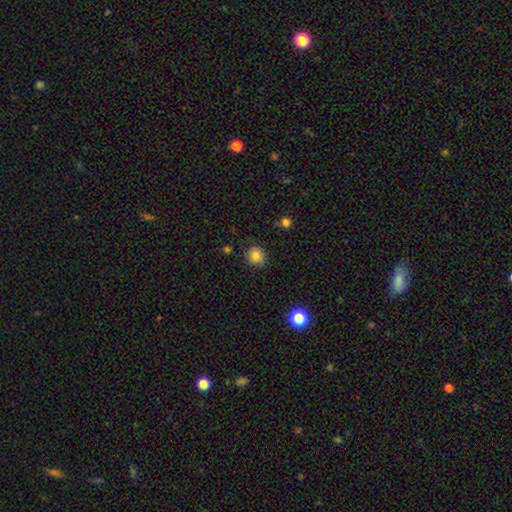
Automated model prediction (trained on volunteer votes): Morphology: type=smooth (84%); roundness=round (88%); merging=none (87%).